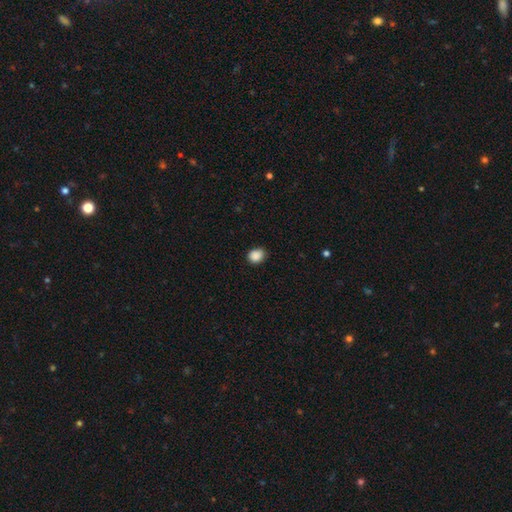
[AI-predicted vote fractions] smooth-or-featured: smooth: 88% | star or artifact: 9% | featured or disk: 3%
  how-rounded: round: 59% | in between: 40% | cigar-shaped: 1%
  merging: none: 81% | minor disturbance: 15% | major disturbance: 3% | merger: 1%